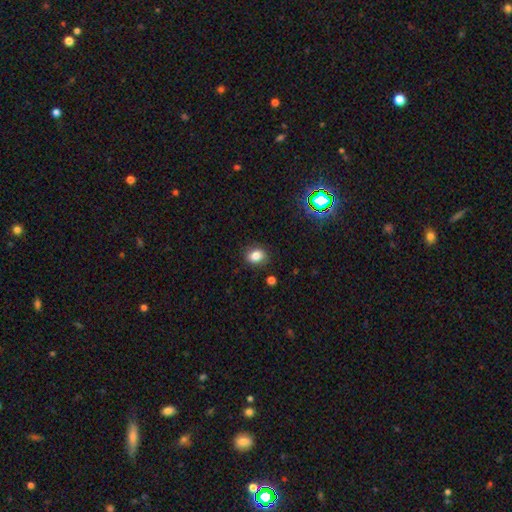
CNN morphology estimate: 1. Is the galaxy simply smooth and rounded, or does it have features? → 82% smooth, 12% star or artifact, 6% featured or disk.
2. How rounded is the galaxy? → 51% round, 48% in between, 1% cigar-shaped.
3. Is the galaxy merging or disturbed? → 85% none, 10% minor disturbance, 3% major disturbance, 2% merger.